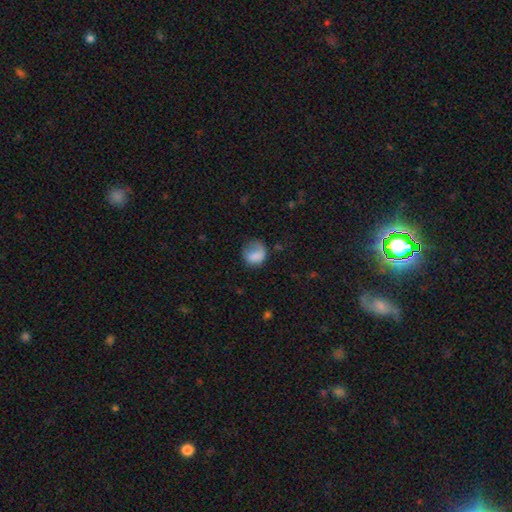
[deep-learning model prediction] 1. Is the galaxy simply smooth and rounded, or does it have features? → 78% smooth, 13% featured or disk, 8% star or artifact.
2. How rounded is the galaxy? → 67% round, 32% in between, 1% cigar-shaped.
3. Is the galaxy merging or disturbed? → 39% none, 29% major disturbance, 29% minor disturbance, 2% merger.